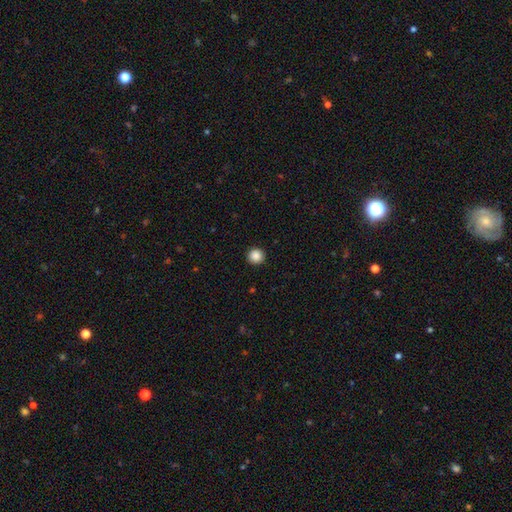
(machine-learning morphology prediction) Overall: smooth (88%). How rounded: round (95%). Merging: none (93%).